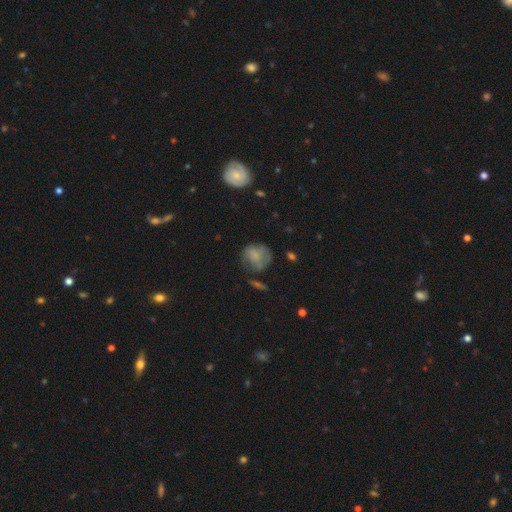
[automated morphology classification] This appears to be a smooth galaxy with no disk features (61%) that is round (74%). Merging: none (51%).